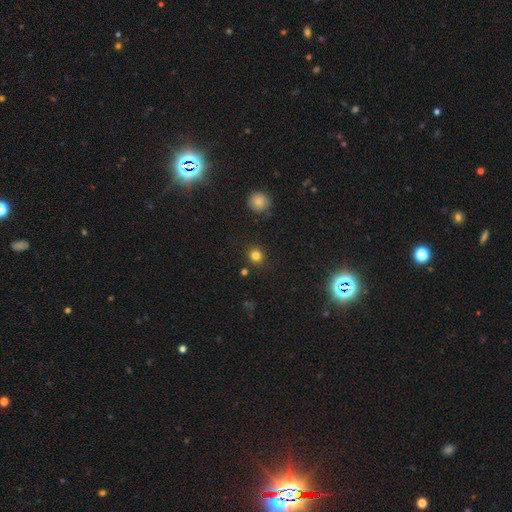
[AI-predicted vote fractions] Q: Smooth or featured?
A: smooth (81%); runner-up: star or artifact (14%)
Q: How rounded?
A: round (90%); runner-up: in between (9%)
Q: Merging?
A: none (88%); runner-up: minor disturbance (7%)